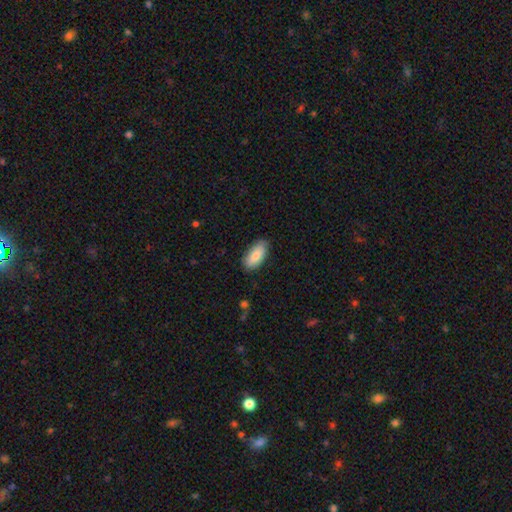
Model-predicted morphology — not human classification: The model was most divided on "merging": none: 80%, minor disturbance: 16%, major disturbance: 3%, merger: 1%. More confident: how rounded — in between (89%); smooth or featured — smooth (82%).